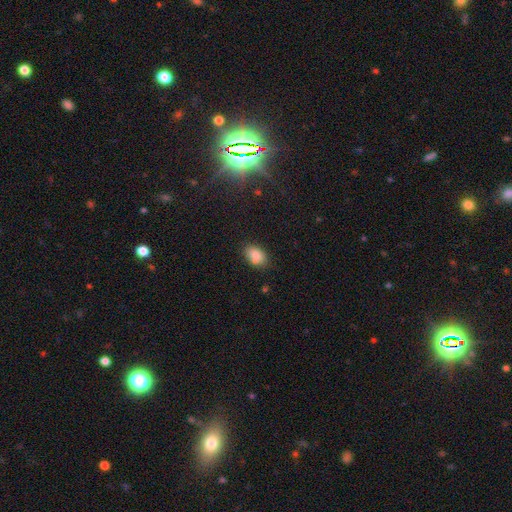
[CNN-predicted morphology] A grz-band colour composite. It shows a smooth galaxy with no disk features (84%) that is in between round and cigar-shaped (83%). Merging: none (69%).